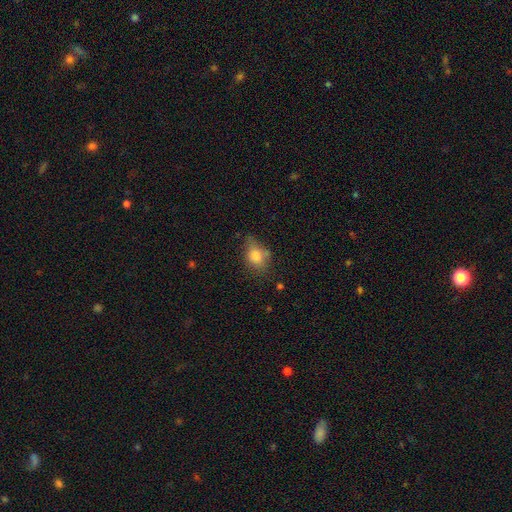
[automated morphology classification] A smooth galaxy with no disk features (78%) that is in between round and cigar-shaped (66%). Merging: none (46%).